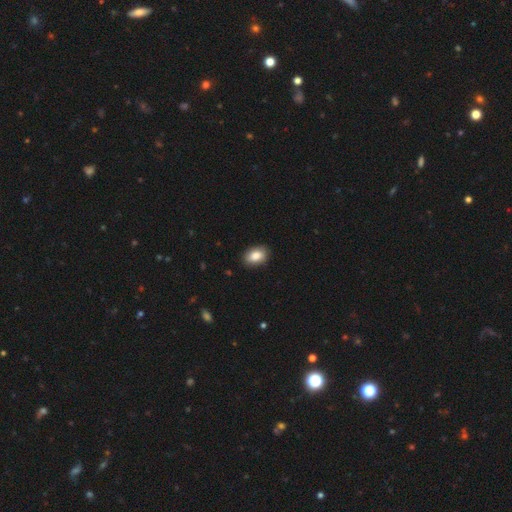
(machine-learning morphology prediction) Smooth or featured?
  - smooth: 86% *
  - star or artifact: 7%
  - featured or disk: 7%
How rounded?
  - in between: 86% *
  - round: 13%
  - cigar-shaped: 1%
Merging?
  - none: 86% *
  - minor disturbance: 11%
  - major disturbance: 2%
  - merger: 1%